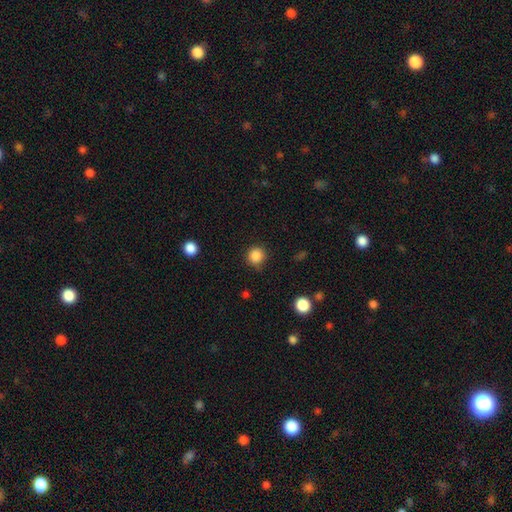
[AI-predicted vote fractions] This appears to be a smooth galaxy with no disk features (86%) that is round (94%). Merging: none (83%).